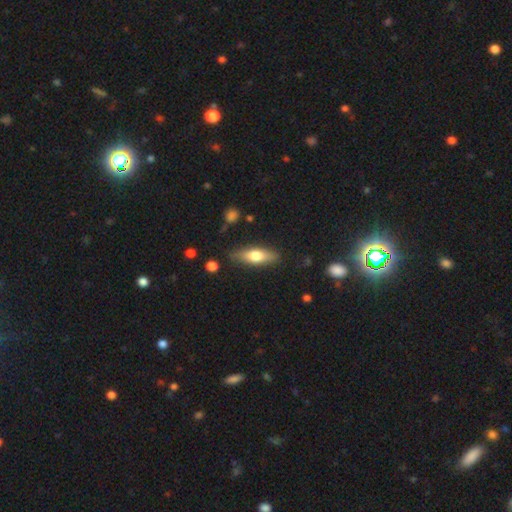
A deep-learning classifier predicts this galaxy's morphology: Smooth or featured: smooth — 60% (featured or disk — 34%)
How rounded: in between — 51% (cigar-shaped — 46%)
Merging: none — 84% (minor disturbance — 12%)